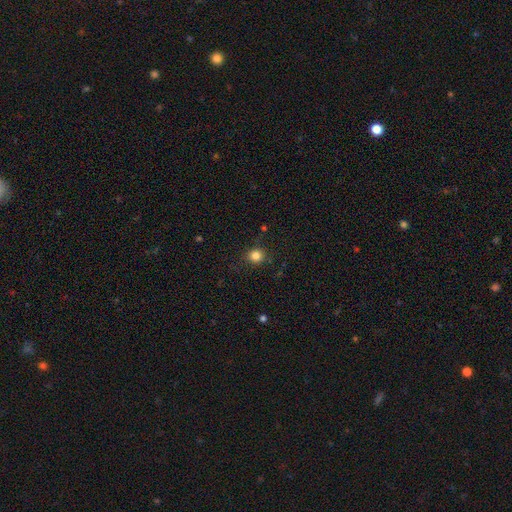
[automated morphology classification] Smooth or featured? Predicted: smooth (p=0.83). How rounded? Predicted: round (p=0.90). Merging? Predicted: none (p=0.86).